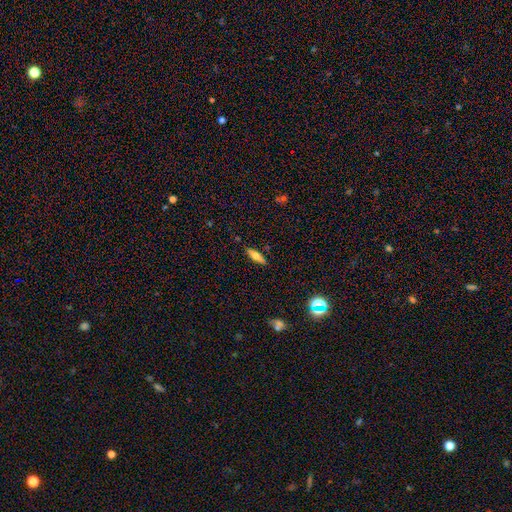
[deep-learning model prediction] The model was most divided on "how rounded": cigar-shaped: 54%, in between: 44%, round: 2%. More confident: merging — none (86%); smooth or featured — smooth (60%).